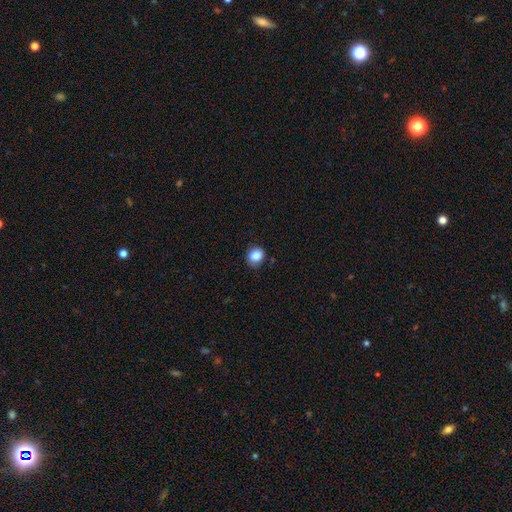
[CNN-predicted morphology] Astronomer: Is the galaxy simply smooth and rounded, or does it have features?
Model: smooth — 85%.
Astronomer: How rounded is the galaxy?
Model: round — 77%.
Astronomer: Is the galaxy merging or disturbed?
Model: none — 82%.